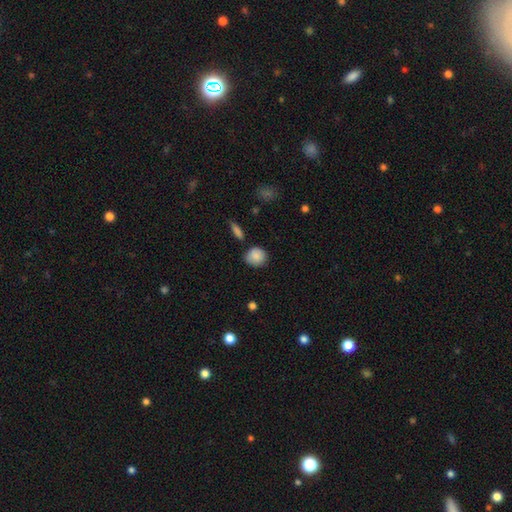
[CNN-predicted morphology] This appears to be a smooth galaxy with no disk features (86%) that is round (77%). Merging: none (76%).